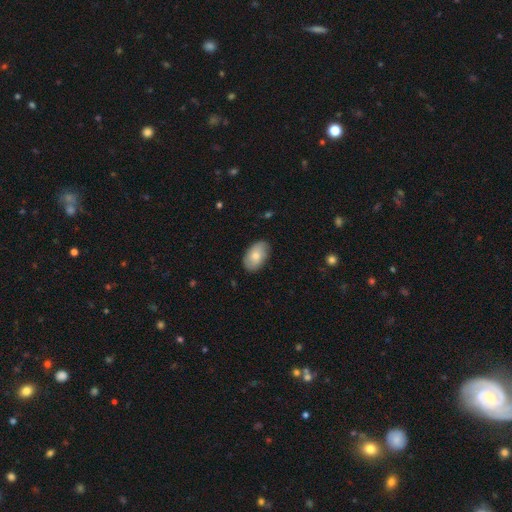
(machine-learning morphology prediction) type=smooth (74%); roundness=in between (93%); merging=none (83%).